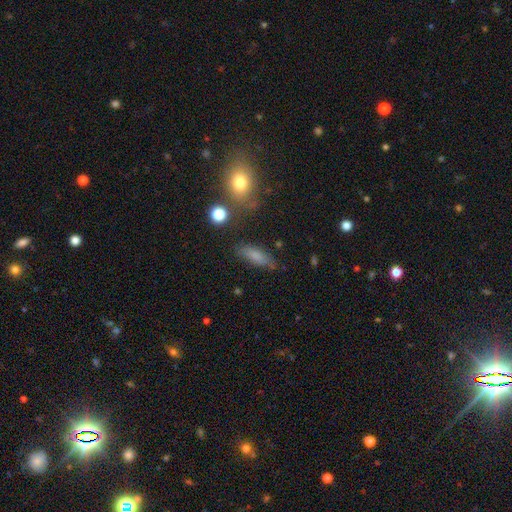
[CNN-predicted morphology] This appears to be a smooth galaxy with no disk features (76%) that is in between round and cigar-shaped (55%). Merging: none (72%).